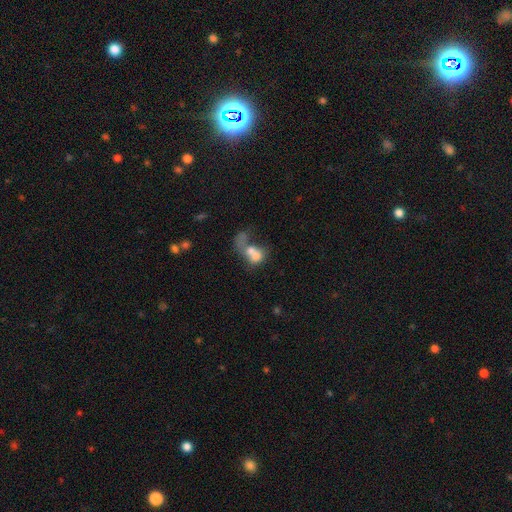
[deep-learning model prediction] Overall: smooth (60%; featured or disk 29%). How rounded: in between (61%; round 37%). Merging: merger (69%).